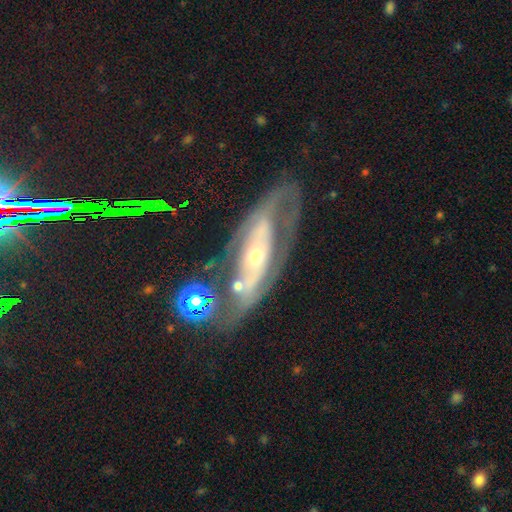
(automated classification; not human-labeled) featured or disk 80%, smooth 12%, star or artifact 8%. Down the decision tree: edge-on disk — no (86%); bar — no (56%); spiral arms — yes (72%); bulge size — small (53%); merging — none (59%).